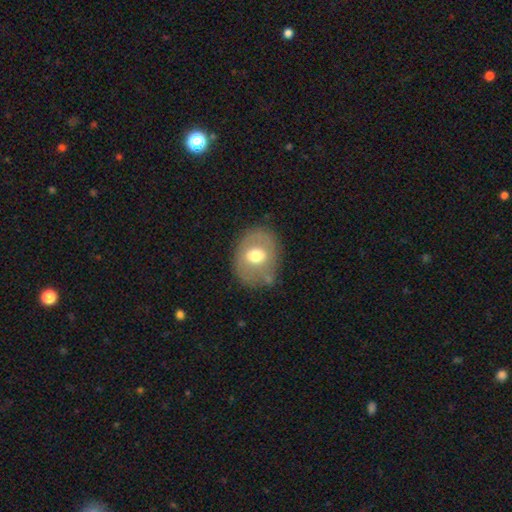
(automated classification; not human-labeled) Morphology: type=smooth (57%); roundness=in between (54%); merging=none (67%).